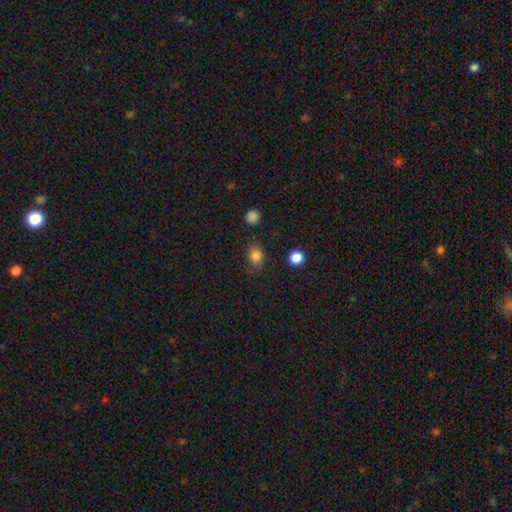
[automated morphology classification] Smooth or featured? smooth (83%)
How rounded? round (53%)
Merging? none (75%)